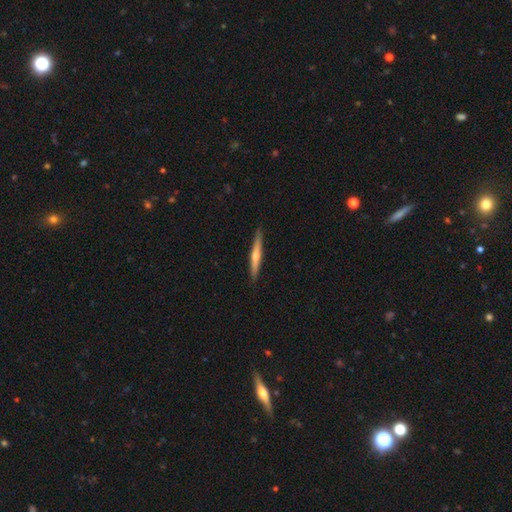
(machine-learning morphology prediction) type=featured or disk (50%); edge-on=yes (96%); merging=none (90%).